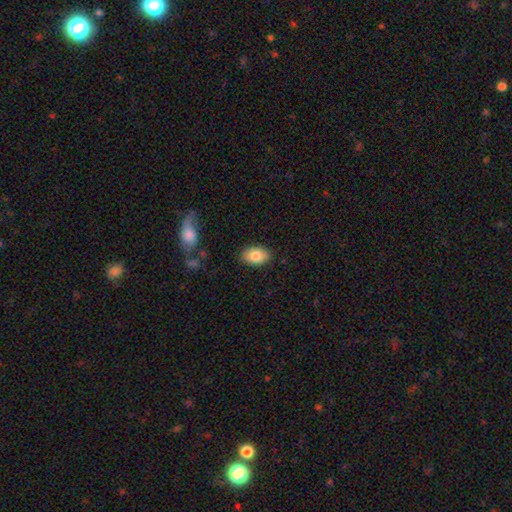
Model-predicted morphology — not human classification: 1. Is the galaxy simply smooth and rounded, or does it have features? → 83% smooth, 10% featured or disk, 7% star or artifact.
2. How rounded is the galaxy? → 90% in between, 9% round, 1% cigar-shaped.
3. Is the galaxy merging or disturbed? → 87% none, 9% minor disturbance, 2% major disturbance, 1% merger.